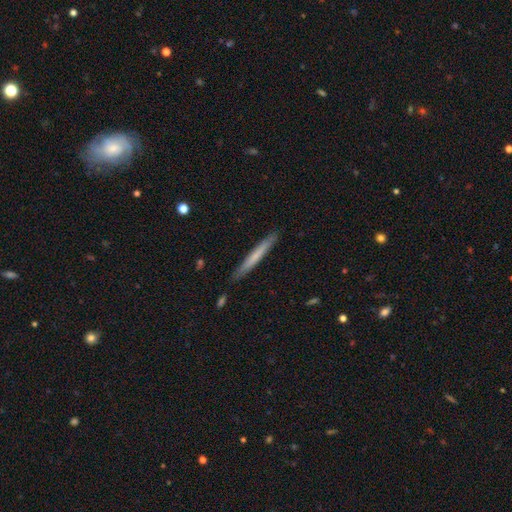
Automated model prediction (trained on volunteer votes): smooth-or-featured: smooth: 62% | featured or disk: 33% | star or artifact: 5%
  how-rounded: cigar-shaped: 97% | in between: 2% | round: 1%
  merging: none: 88% | minor disturbance: 9% | major disturbance: 1% | merger: 1%